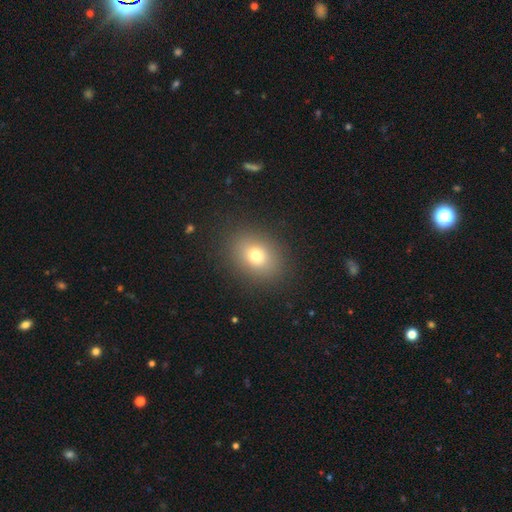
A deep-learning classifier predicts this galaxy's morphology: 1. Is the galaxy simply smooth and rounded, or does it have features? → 75% smooth, 14% star or artifact, 12% featured or disk.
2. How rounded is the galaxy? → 54% in between, 45% round, 1% cigar-shaped.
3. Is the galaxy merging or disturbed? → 88% none, 8% minor disturbance, 3% major disturbance, 1% merger.